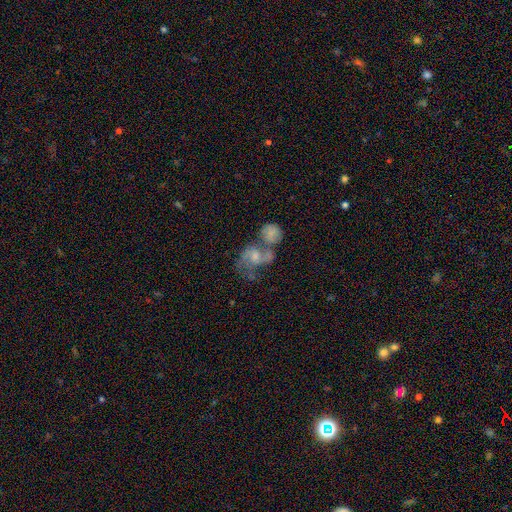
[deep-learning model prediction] Overall: featured or disk (68%). Edge-on disk: no (97%). Bar: no (59%; weak 34%). Spiral arms: yes (84%). Spiral arm count: 2 (67%). Spiral winding: medium (49%; loose 32%). Bulge size: moderate (47%; small 37%). Merging: merger (53%; none 25%).